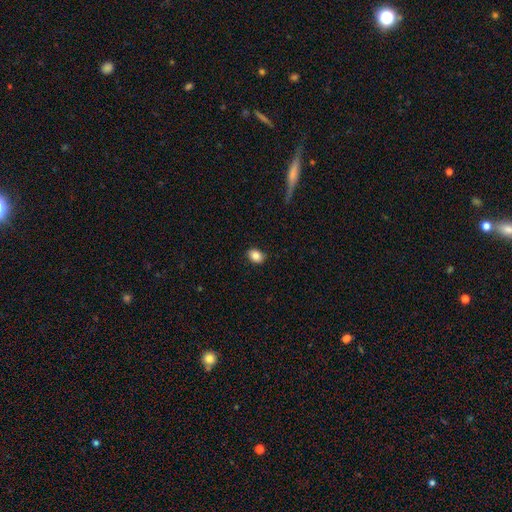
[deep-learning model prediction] Q: Smooth or featured?
A: smooth (85%); runner-up: star or artifact (9%)
Q: How rounded?
A: in between (66%); runner-up: round (33%)
Q: Merging?
A: none (87%); runner-up: minor disturbance (9%)